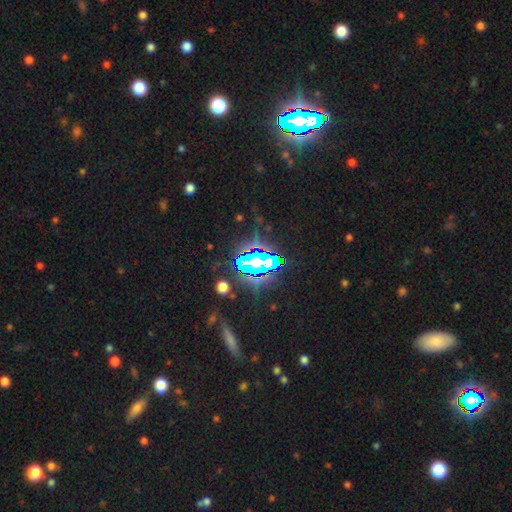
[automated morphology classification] Smooth or featured? star or artifact (70%)